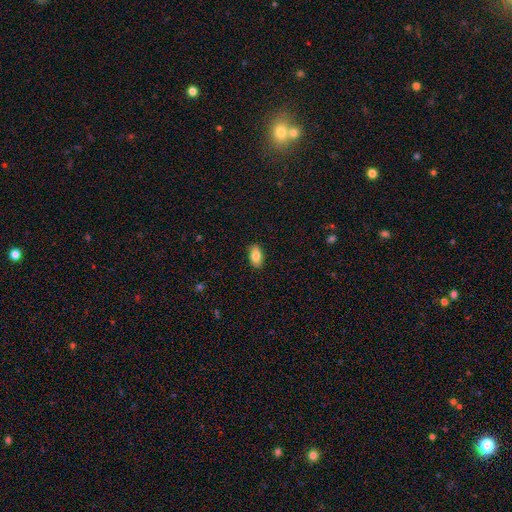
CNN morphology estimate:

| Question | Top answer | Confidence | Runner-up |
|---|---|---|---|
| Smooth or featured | smooth | 85% | featured or disk (9%) |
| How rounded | in between | 93% | round (4%) |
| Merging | none | 89% | minor disturbance (8%) |